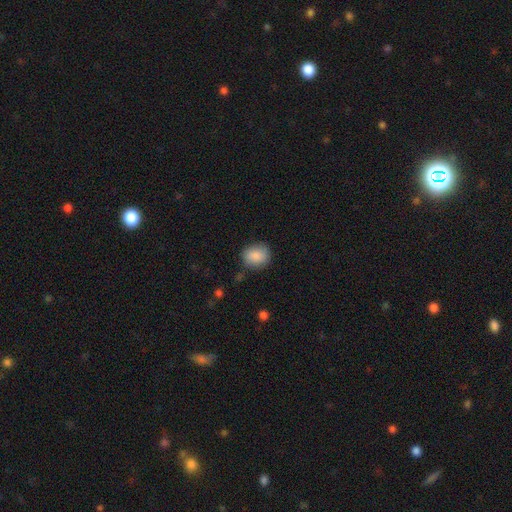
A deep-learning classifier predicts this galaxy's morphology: Q: Smooth or featured?
A: smooth (87%); runner-up: star or artifact (7%)
Q: How rounded?
A: round (65%); runner-up: in between (34%)
Q: Merging?
A: none (79%); runner-up: minor disturbance (15%)